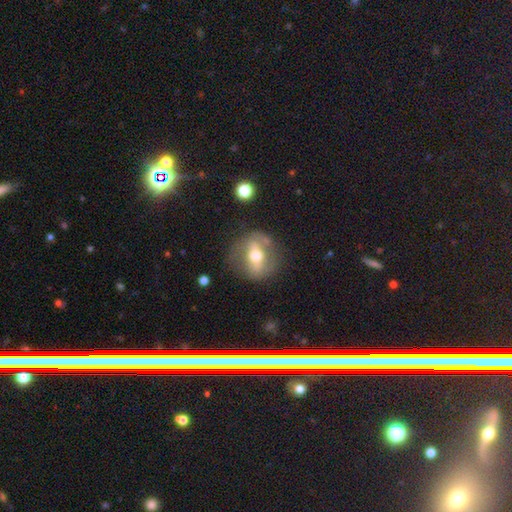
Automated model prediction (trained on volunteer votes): The model was most divided on "smooth or featured": featured or disk: 64%, smooth: 30%, star or artifact: 7%. More confident: edge-on disk — no (78%); merging — none (73%).